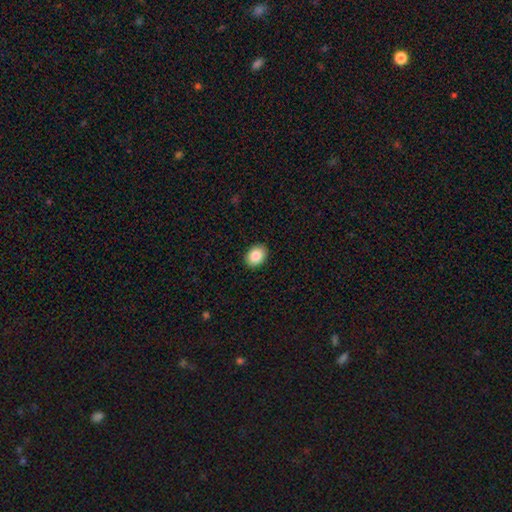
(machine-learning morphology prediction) Smooth or featured?
  - smooth: 86% *
  - star or artifact: 8%
  - featured or disk: 7%
How rounded?
  - in between: 66% *
  - round: 34%
  - cigar-shaped: 1%
Merging?
  - none: 91% *
  - minor disturbance: 6%
  - major disturbance: 2%
  - merger: 1%